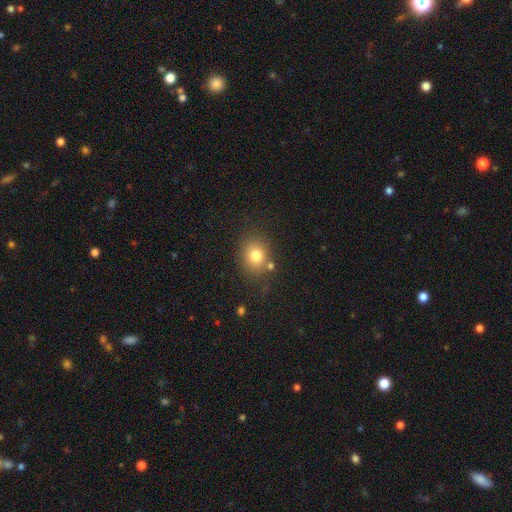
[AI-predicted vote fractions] Overall: smooth (77%). How rounded: round (70%). Merging: none (75%).